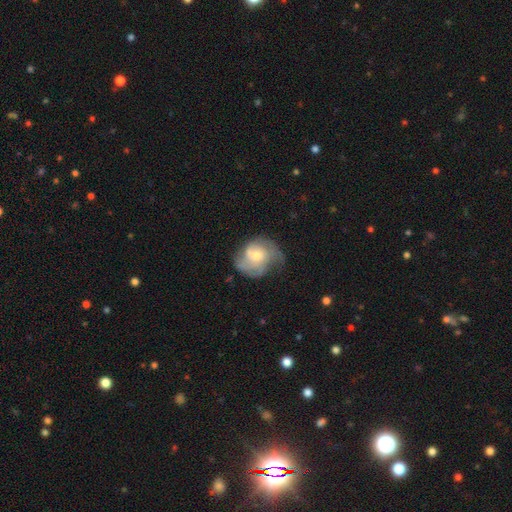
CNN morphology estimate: This is likely a featured or disk galaxy (64%). It is clearly not viewed edge-on (98%). Bar: likely no (74%). Spiral arm pattern: clearly yes (83%). Spiral arm count: marginally can't tell (31%). Spiral winding: marginally medium (41%). Central bulge: possibly moderate (58%). Merging: possibly none (47%).